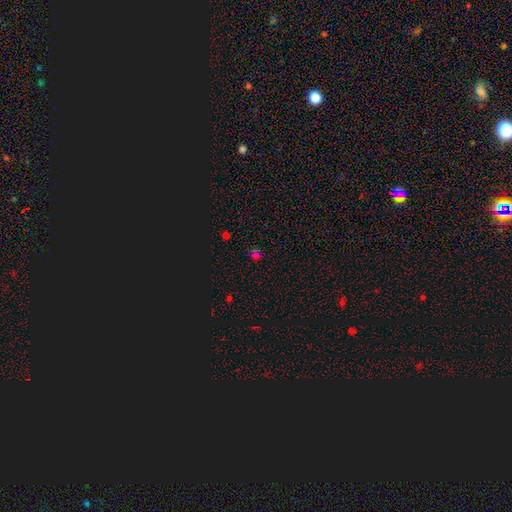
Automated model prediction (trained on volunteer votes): smooth-or-featured: star or artifact: 55% | smooth: 37% | featured or disk: 7%